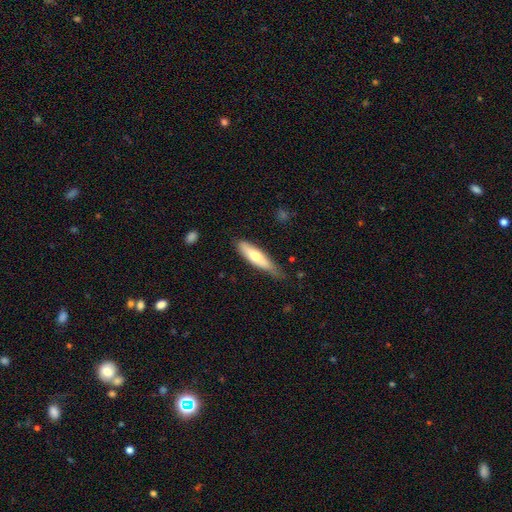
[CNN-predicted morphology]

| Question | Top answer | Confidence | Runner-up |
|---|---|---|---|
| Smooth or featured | smooth | 60% | featured or disk (35%) |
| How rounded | cigar-shaped | 66% | in between (32%) |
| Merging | none | 61% | minor disturbance (31%) |